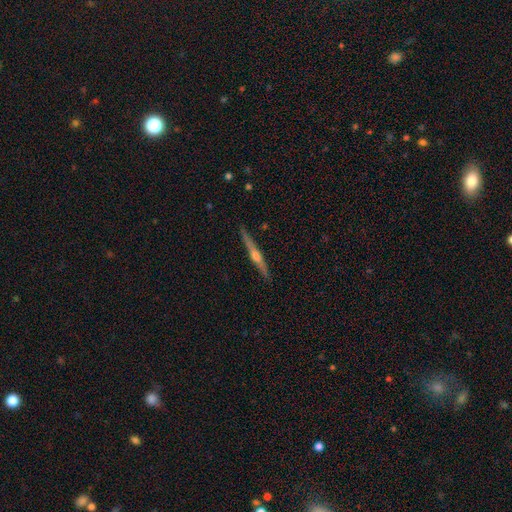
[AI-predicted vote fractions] Smooth or featured?
  - featured or disk: 79% *
  - smooth: 15%
  - star or artifact: 6%
Edge-on disk?
  - yes: 98% *
  - no: 2%
Edge-on bulge?
  - rounded: 90% *
  - none: 6%
  - boxy: 4%
Merging?
  - none: 91% *
  - minor disturbance: 6%
  - major disturbance: 1%
  - merger: 1%